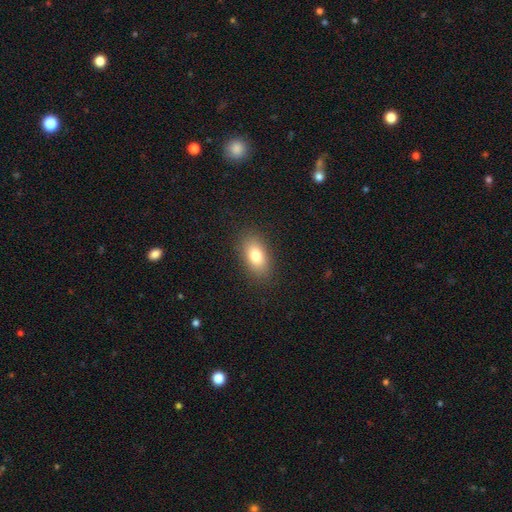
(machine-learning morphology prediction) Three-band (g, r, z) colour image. It shows a smooth galaxy with no disk features (81%) that is in between round and cigar-shaped (88%). Merging: none (86%).